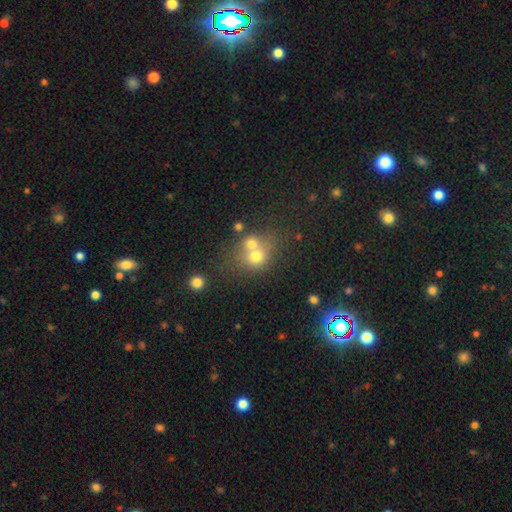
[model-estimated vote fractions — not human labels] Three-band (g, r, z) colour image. It shows a smooth galaxy with no disk features (68%) that is round (75%). Merging: merger (54%).